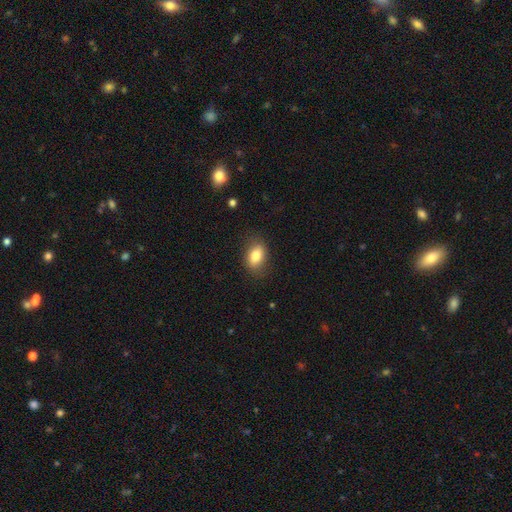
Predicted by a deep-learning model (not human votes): Smooth or featured? Predicted: smooth (p=0.80). How rounded? Predicted: in between (p=0.85). Merging? Predicted: none (p=0.80).